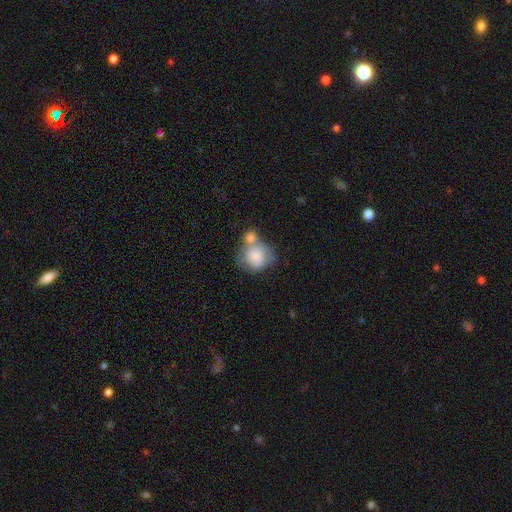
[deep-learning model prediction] A smooth galaxy with no disk features (73%) that is round (74%).

Vote fractions:
- Smooth or featured? smooth: 73% / featured or disk: 21% / star or artifact: 7%
- How rounded? round: 74% / in between: 25% / cigar-shaped: 1%
- Merging? merger: 53% / none: 24% / minor disturbance: 14% / major disturbance: 8%